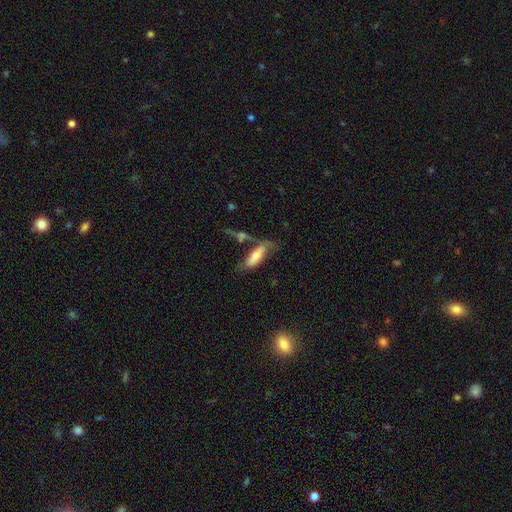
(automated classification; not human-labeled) A smooth galaxy with no disk features (58%) that is in between round and cigar-shaped (66%). Merging: none (38%).